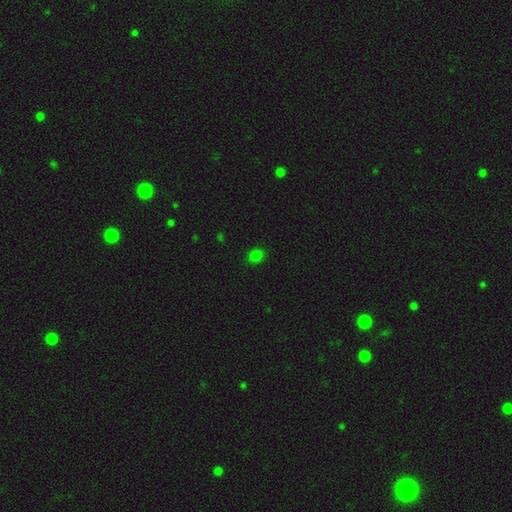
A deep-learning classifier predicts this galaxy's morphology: Smooth or featured?
  - smooth: 79% *
  - star or artifact: 17%
  - featured or disk: 4%
How rounded?
  - round: 70% *
  - in between: 29%
  - cigar-shaped: 1%
Merging?
  - none: 89% *
  - minor disturbance: 8%
  - major disturbance: 2%
  - merger: 1%